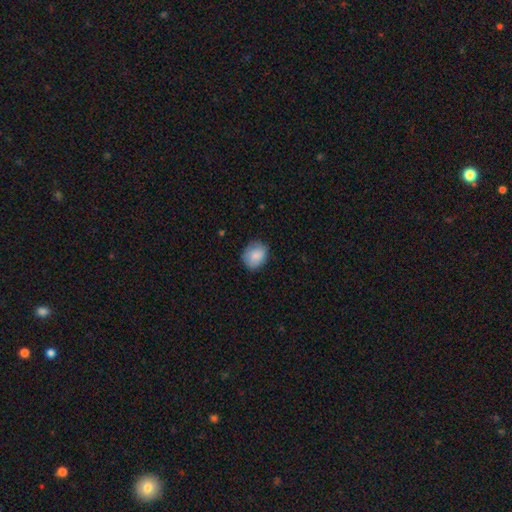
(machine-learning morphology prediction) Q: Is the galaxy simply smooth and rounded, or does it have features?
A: smooth — 87%.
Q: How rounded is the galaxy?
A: round — 61%.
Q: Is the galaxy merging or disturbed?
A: none — 80%.